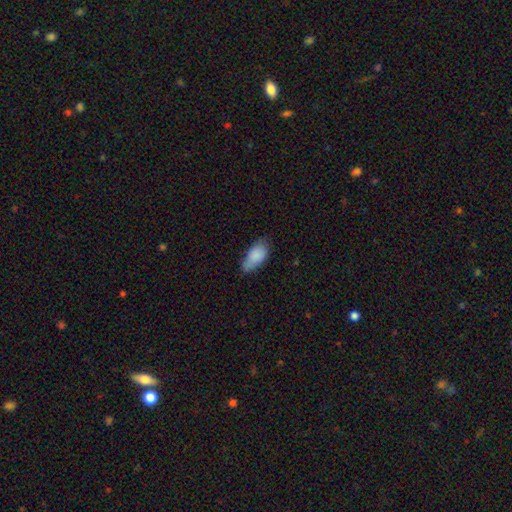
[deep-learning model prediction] Q: Smooth or featured?
A: smooth (84%); runner-up: featured or disk (10%)
Q: How rounded?
A: in between (91%); runner-up: cigar-shaped (6%)
Q: Merging?
A: none (53%); runner-up: minor disturbance (35%)